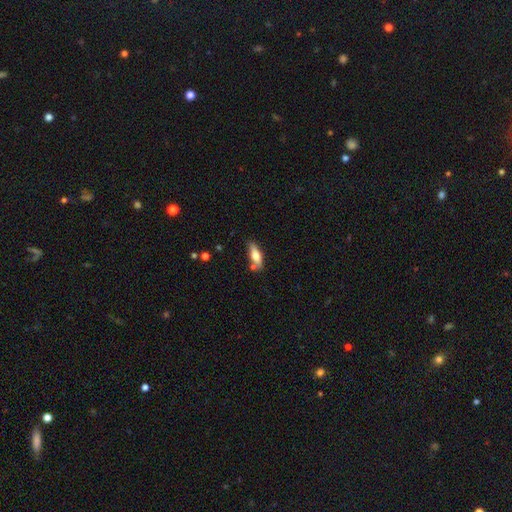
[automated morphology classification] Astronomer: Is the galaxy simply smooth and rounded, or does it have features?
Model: smooth — 64%.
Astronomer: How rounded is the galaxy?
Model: in between — 58% (runner-up: cigar-shaped, 39%).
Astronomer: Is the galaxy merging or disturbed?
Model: none — 64%.